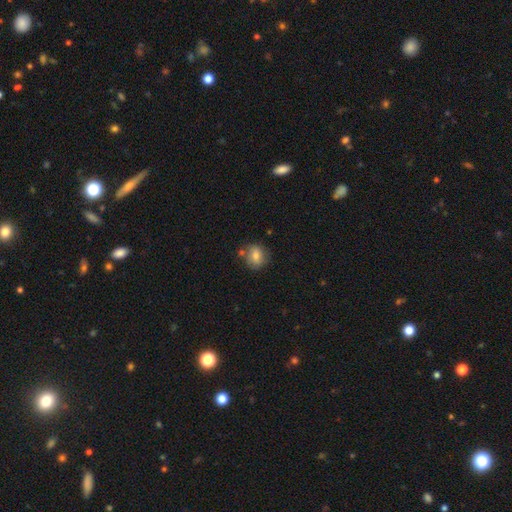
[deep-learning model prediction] Overall: smooth (73%). How rounded: round (74%). Merging: none (69%).